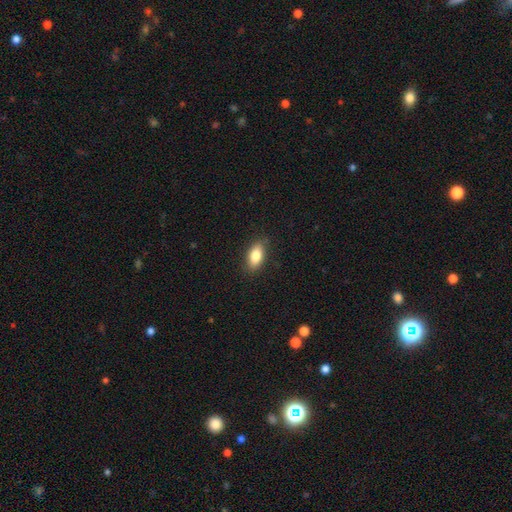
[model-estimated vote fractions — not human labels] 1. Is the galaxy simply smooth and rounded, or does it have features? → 81% smooth, 11% featured or disk, 7% star or artifact.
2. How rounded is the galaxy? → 87% in between, 8% cigar-shaped, 5% round.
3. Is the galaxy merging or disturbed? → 84% none, 13% minor disturbance, 3% major disturbance, 1% merger.